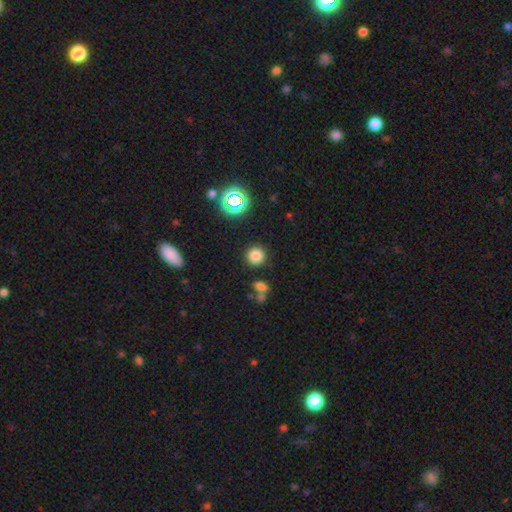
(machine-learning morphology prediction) Overall: smooth (78%). How rounded: round (94%). Merging: none (87%).